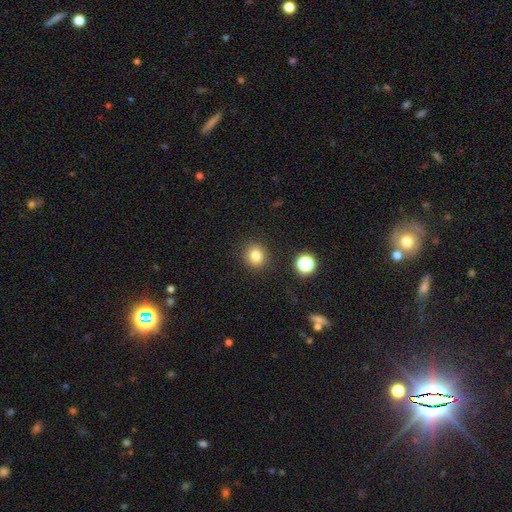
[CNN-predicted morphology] A smooth galaxy with no disk features (80%) that is round (83%). Merging: none (89%).